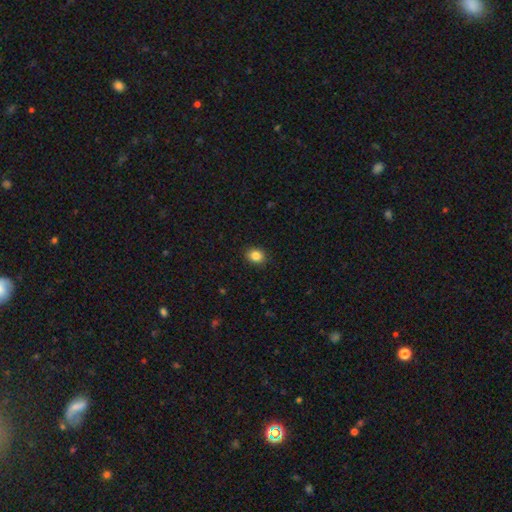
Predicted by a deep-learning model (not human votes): Morphology: type=smooth (86%); roundness=round (59%); merging=none (90%).